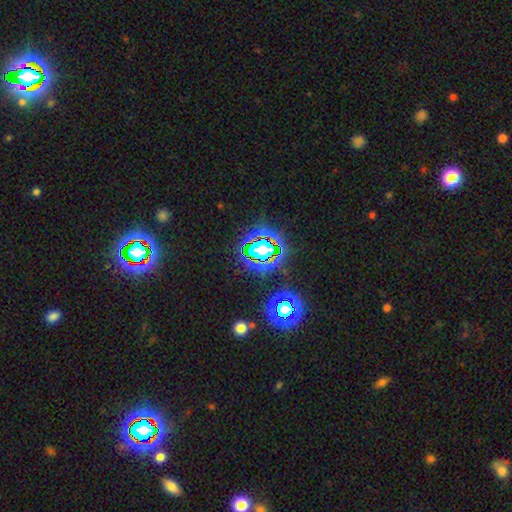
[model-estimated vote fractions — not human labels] Smooth or featured? Predicted: star or artifact (p=0.79).